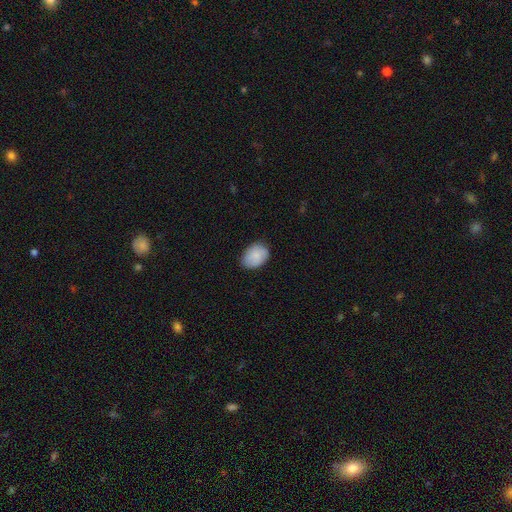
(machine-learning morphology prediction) smooth_or_featured: smooth (p=0.85) [alt: featured or disk p=0.09]
how_rounded: in between (p=0.71) [alt: round p=0.28]
merging: none (p=0.76) [alt: minor disturbance p=0.20]